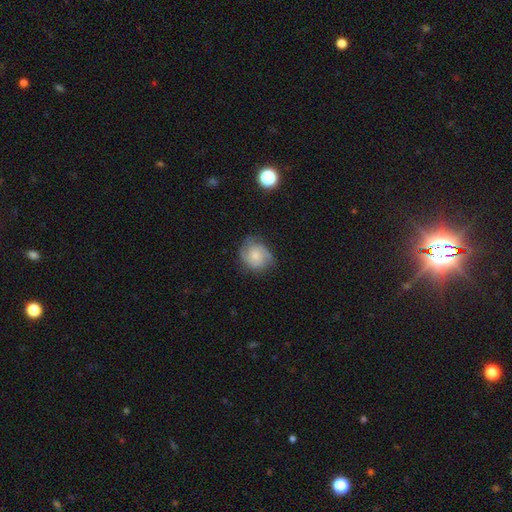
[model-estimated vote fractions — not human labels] Overall: featured or disk (49%; smooth 43%). Merging: none (64%; minor disturbance 26%).